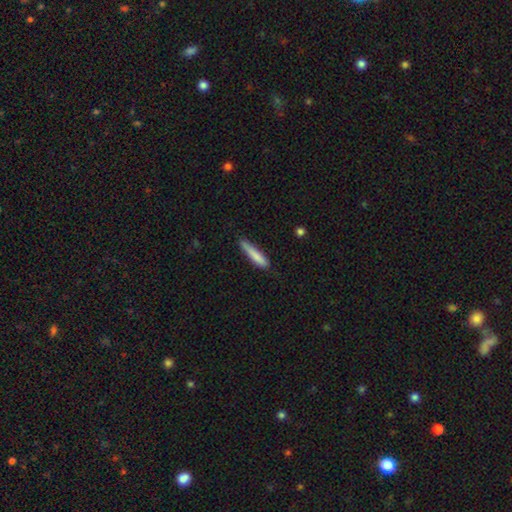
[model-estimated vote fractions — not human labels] smooth-or-featured: smooth: 81% | featured or disk: 13% | star or artifact: 6%
  how-rounded: cigar-shaped: 89% | in between: 10% | round: 1%
  merging: none: 66% | minor disturbance: 27% | major disturbance: 5% | merger: 2%